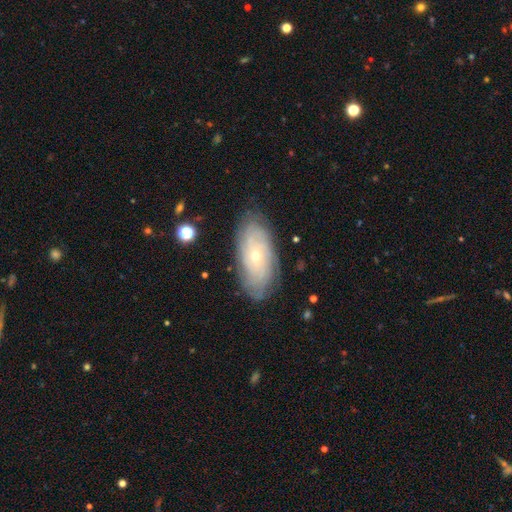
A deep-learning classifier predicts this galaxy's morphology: Q: Smooth or featured?
A: featured or disk (75%); runner-up: smooth (18%)
Q: Edge-on disk?
A: no (91%); runner-up: yes (9%)
Q: Bar?
A: no (78%); runner-up: weak (18%)
Q: Spiral arms?
A: yes (90%); runner-up: no (10%)
Q: Spiral winding?
A: tight (76%); runner-up: medium (18%)
Q: Spiral arm count?
A: can't tell (55%); runner-up: 4 (12%)
Q: Bulge size?
A: small (64%); runner-up: moderate (33%)
Q: Merging?
A: none (81%); runner-up: minor disturbance (14%)